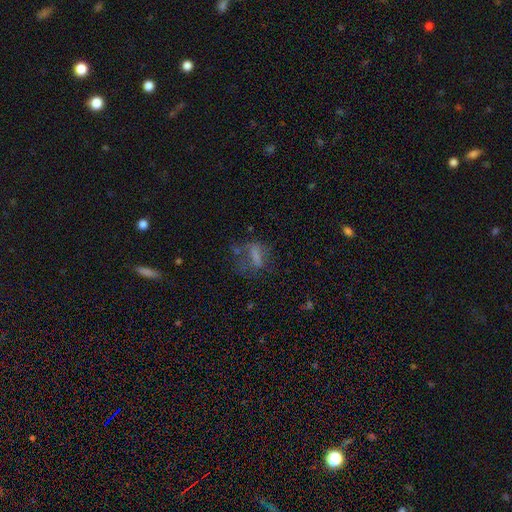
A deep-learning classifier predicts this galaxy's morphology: Q: Smooth or featured?
A: smooth (49%); runner-up: featured or disk (32%)
Q: Merging?
A: none (41%); runner-up: major disturbance (34%)